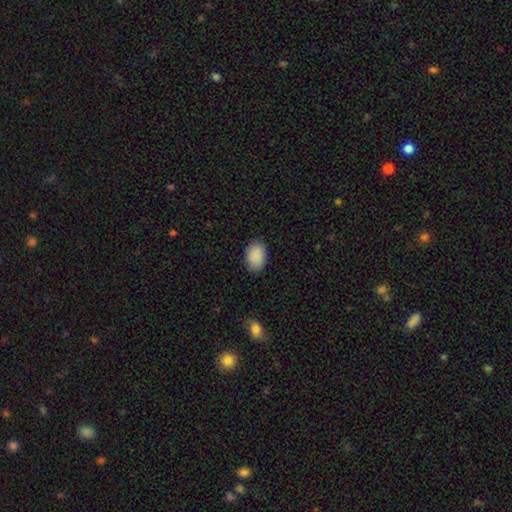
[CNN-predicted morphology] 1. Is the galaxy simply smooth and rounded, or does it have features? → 90% smooth, 7% star or artifact, 3% featured or disk.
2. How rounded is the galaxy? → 85% in between, 14% round, 1% cigar-shaped.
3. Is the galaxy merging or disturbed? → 85% none, 12% minor disturbance, 3% major disturbance, 1% merger.